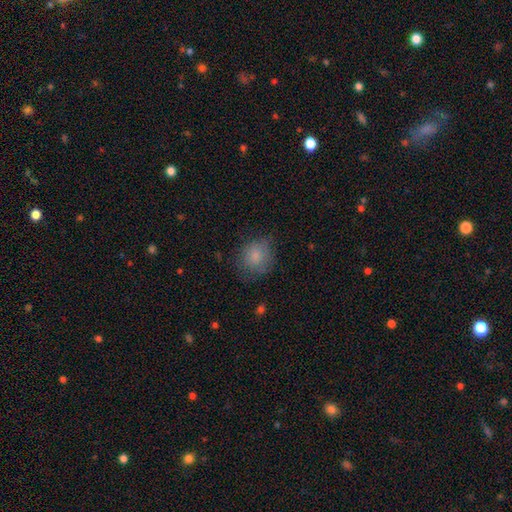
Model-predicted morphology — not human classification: Smooth or featured?
  - smooth: 81% *
  - featured or disk: 10%
  - star or artifact: 9%
How rounded?
  - round: 76% *
  - in between: 23%
  - cigar-shaped: 1%
Merging?
  - none: 69% *
  - minor disturbance: 22%
  - major disturbance: 8%
  - merger: 1%